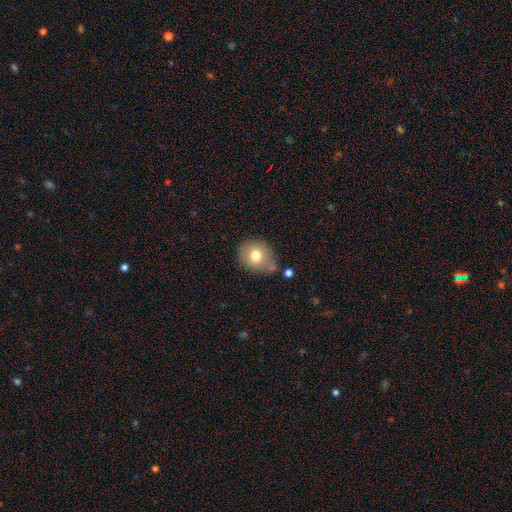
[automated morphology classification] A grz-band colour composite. It shows a smooth galaxy with no disk features (76%) that is round (77%). Merging: none (63%).